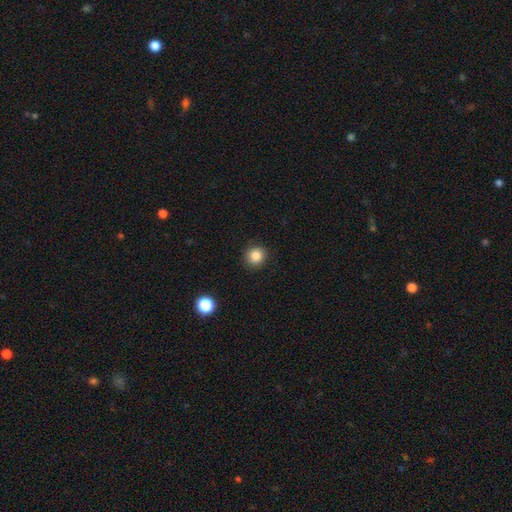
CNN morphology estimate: Q: Smooth or featured?
A: smooth (86%); runner-up: star or artifact (10%)
Q: How rounded?
A: round (89%); runner-up: in between (10%)
Q: Merging?
A: none (89%); runner-up: minor disturbance (8%)